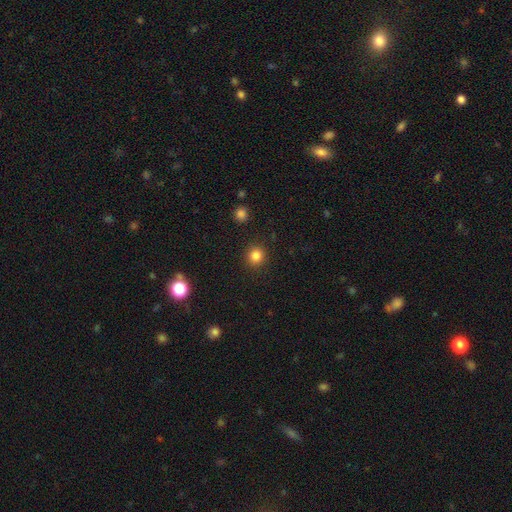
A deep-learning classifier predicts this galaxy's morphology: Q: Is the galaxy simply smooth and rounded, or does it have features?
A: smooth — 83%.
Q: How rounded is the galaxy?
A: round — 91%.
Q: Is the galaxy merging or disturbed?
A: none — 91%.